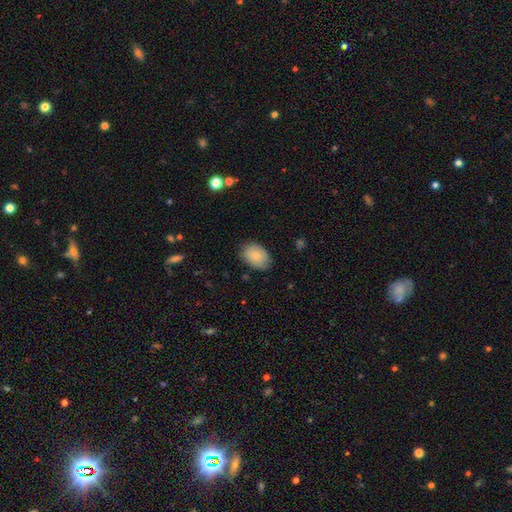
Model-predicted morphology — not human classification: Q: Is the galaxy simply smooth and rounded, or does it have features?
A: smooth — 77%.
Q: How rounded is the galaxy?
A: in between — 80%.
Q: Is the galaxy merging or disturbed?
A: none — 77%.